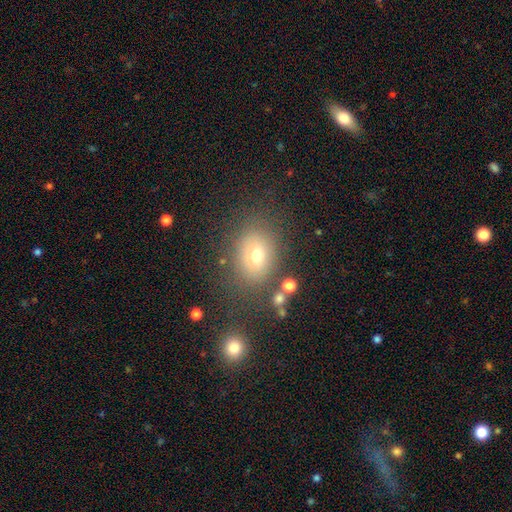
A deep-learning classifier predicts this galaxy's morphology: This is likely a smooth galaxy (70%). How rounded: possibly in between (56%). Merging: likely none (77%).